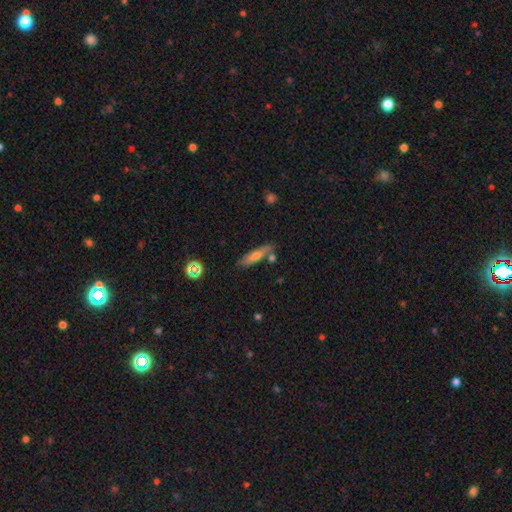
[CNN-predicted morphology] type=smooth (59%); roundness=cigar-shaped (72%); merging=none (72%).